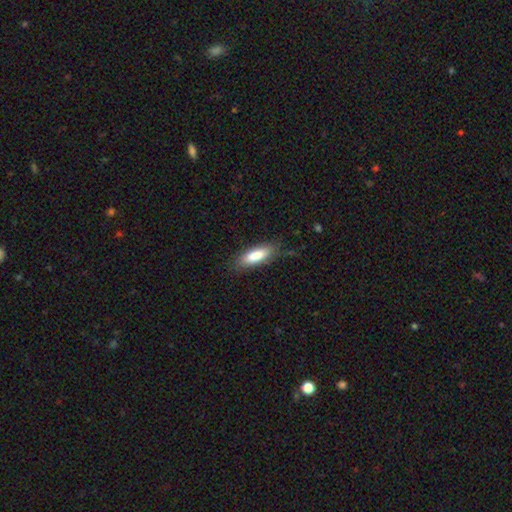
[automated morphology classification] A smooth galaxy with no disk features (82%) that is in between round and cigar-shaped (62%). Merging: none (79%).